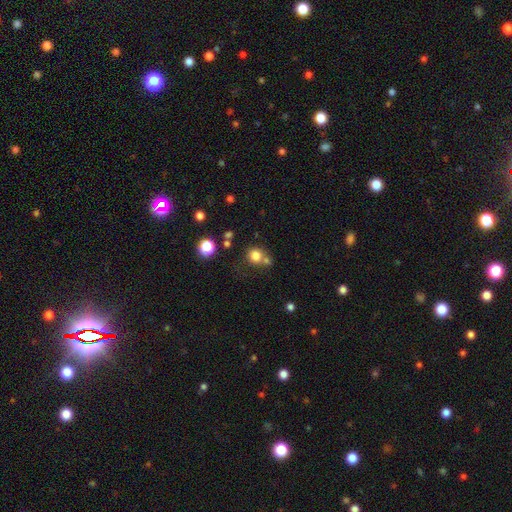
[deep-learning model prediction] The model was most divided on "merging": none: 59%, merger: 25%, minor disturbance: 11%, major disturbance: 5%. More confident: how rounded — round (87%); smooth or featured — smooth (79%).